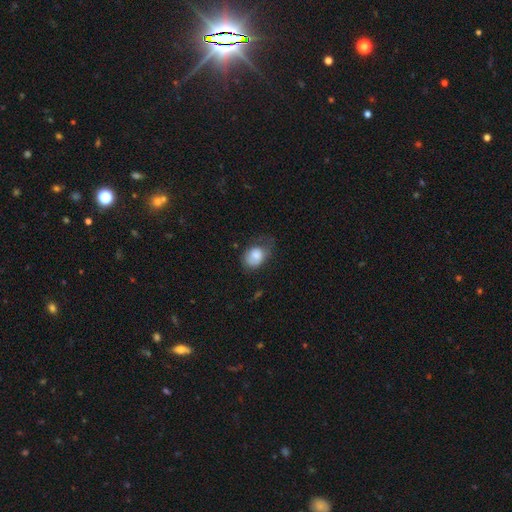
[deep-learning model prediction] Smooth or featured: smooth — 74% (featured or disk — 18%)
How rounded: in between — 64% (round — 34%)
Merging: none — 35% (minor disturbance — 34%)